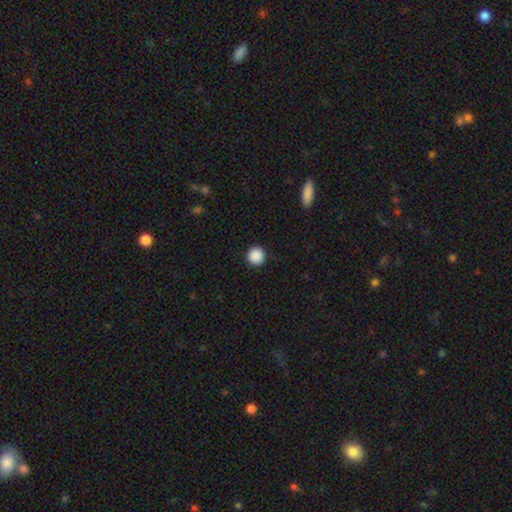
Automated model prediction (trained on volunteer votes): Q: Smooth or featured?
A: smooth (89%); runner-up: star or artifact (9%)
Q: How rounded?
A: round (96%); runner-up: in between (3%)
Q: Merging?
A: none (93%); runner-up: minor disturbance (5%)